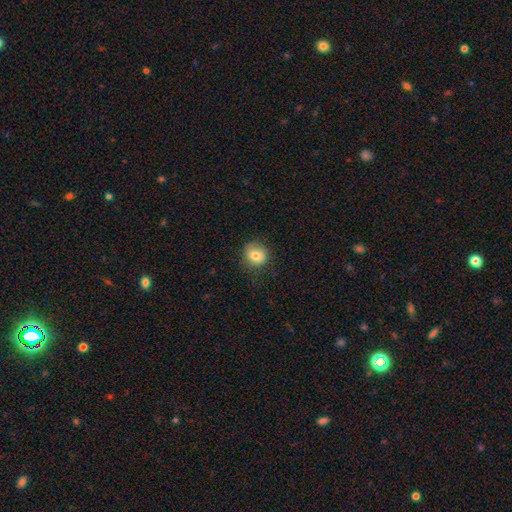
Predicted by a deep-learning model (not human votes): Q: Smooth or featured?
A: smooth (78%); runner-up: featured or disk (12%)
Q: How rounded?
A: round (80%); runner-up: in between (19%)
Q: Merging?
A: none (79%); runner-up: minor disturbance (15%)